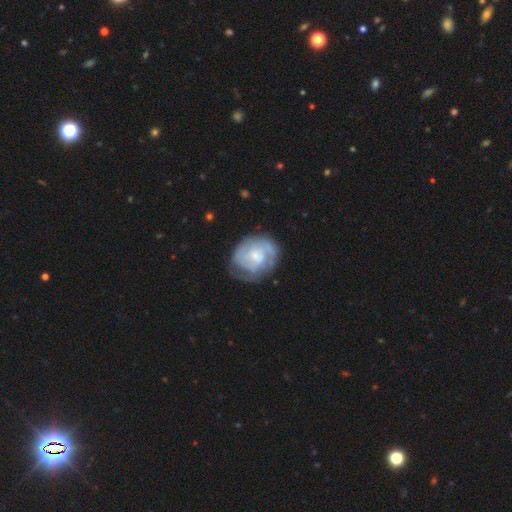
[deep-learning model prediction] featured or disk 75%, smooth 19%, star or artifact 6%. Down the decision tree: edge-on disk — no (98%); bar — no (61%); spiral arms — yes (89%); spiral arm count — can't tell (36%); spiral winding — tight (55%); bulge size — small (60%); merging — none (62%).